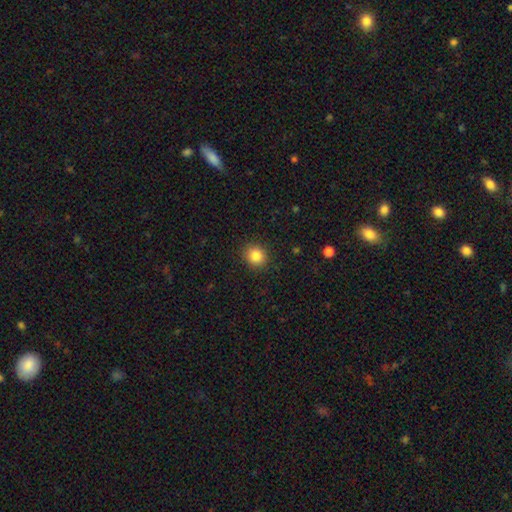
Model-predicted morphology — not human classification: type=smooth (84%); roundness=round (82%); merging=none (90%).